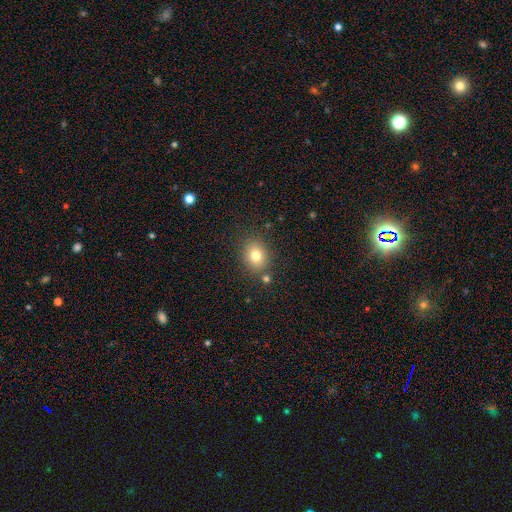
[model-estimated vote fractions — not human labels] A smooth galaxy with no disk features (78%) that is round (57%).

Vote fractions:
- Smooth or featured? smooth: 78% / star or artifact: 12% / featured or disk: 10%
- How rounded? round: 57% / in between: 42% / cigar-shaped: 1%
- Merging? none: 81% / minor disturbance: 10% / merger: 6% / major disturbance: 3%